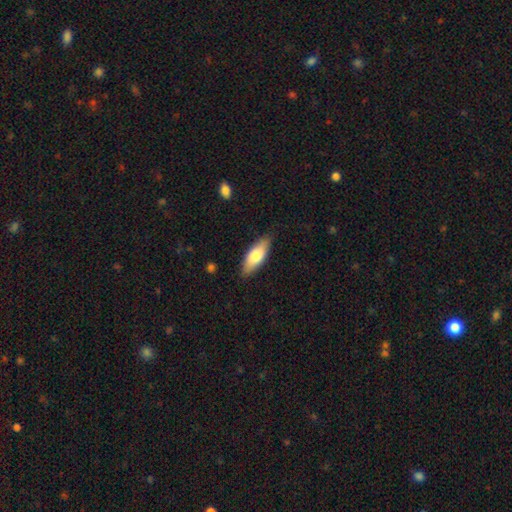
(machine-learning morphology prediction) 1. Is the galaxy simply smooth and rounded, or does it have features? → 73% smooth, 21% featured or disk, 5% star or artifact.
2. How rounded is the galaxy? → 71% in between, 27% cigar-shaped, 2% round.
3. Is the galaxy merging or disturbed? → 84% none, 13% minor disturbance, 2% major disturbance, 1% merger.